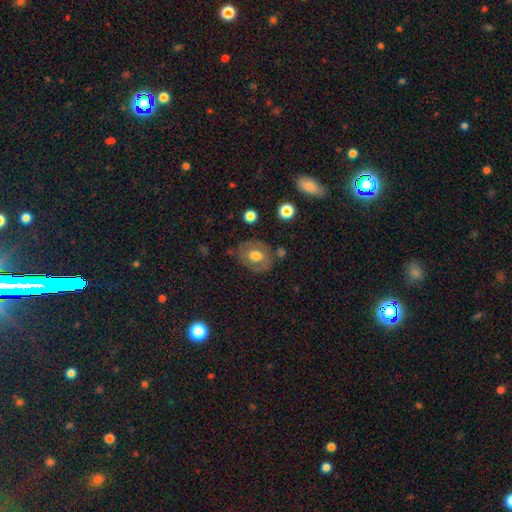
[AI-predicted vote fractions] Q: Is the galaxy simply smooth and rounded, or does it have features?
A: smooth — 58%.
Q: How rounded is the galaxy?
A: in between — 58%.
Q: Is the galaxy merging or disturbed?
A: none — 69%.